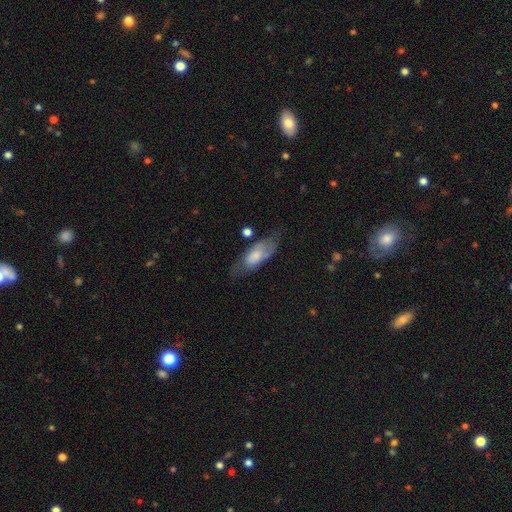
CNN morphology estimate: type=smooth (56%); roundness=in between (77%); merging=none (53%).